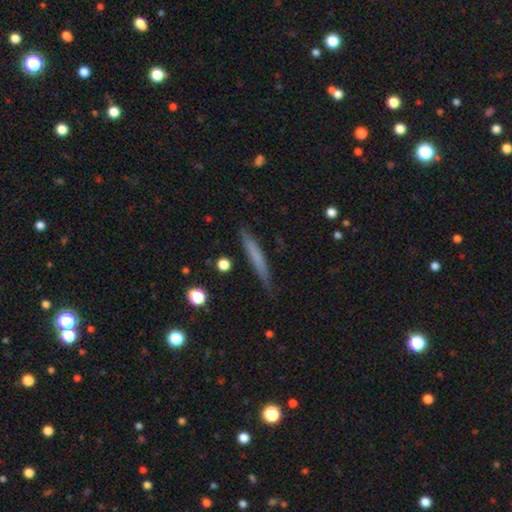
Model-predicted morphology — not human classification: Q: Smooth or featured?
A: smooth (59%); runner-up: featured or disk (34%)
Q: How rounded?
A: cigar-shaped (95%); runner-up: in between (4%)
Q: Merging?
A: none (82%); runner-up: minor disturbance (14%)